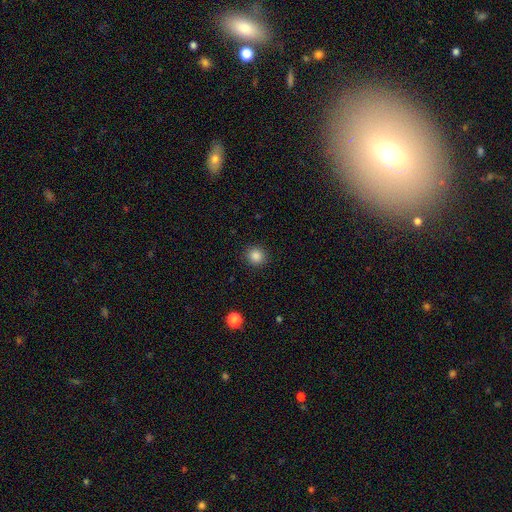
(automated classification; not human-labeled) Smooth or featured: smooth — 86% (star or artifact — 11%)
How rounded: round — 91% (in between — 8%)
Merging: none — 91% (minor disturbance — 6%)